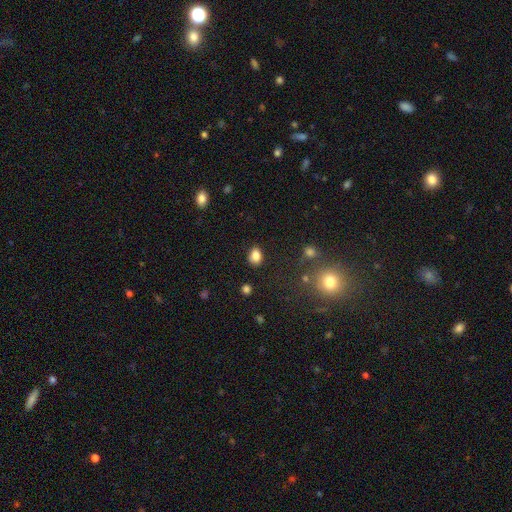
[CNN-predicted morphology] Smooth or featured?
  - smooth: 84% *
  - star or artifact: 11%
  - featured or disk: 6%
How rounded?
  - in between: 64% *
  - round: 35%
  - cigar-shaped: 1%
Merging?
  - none: 83% *
  - minor disturbance: 12%
  - major disturbance: 3%
  - merger: 2%